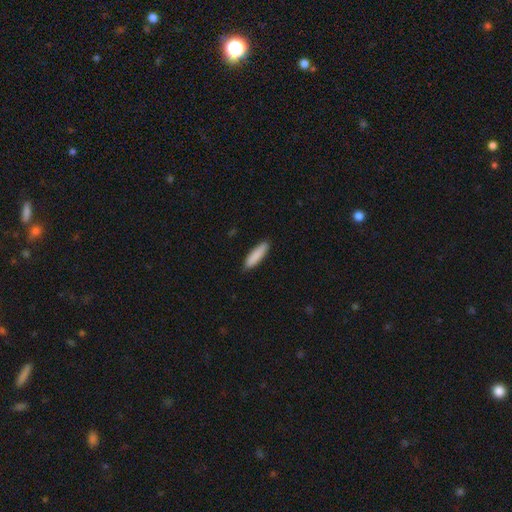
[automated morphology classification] Q: Smooth or featured?
A: smooth (87%); runner-up: featured or disk (7%)
Q: How rounded?
A: cigar-shaped (73%); runner-up: in between (26%)
Q: Merging?
A: none (88%); runner-up: minor disturbance (9%)